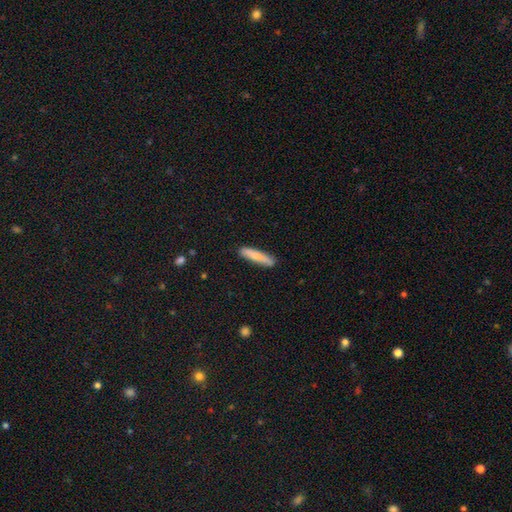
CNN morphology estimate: type=smooth (79%); roundness=cigar-shaped (88%); merging=none (86%).